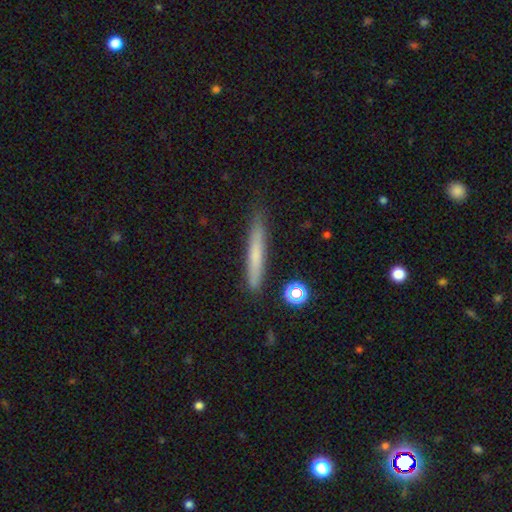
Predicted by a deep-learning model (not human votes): A smooth galaxy with no disk features (66%) that is cigar-shaped (95%).

Vote fractions:
- Smooth or featured? smooth: 66% / featured or disk: 27% / star or artifact: 8%
- How rounded? cigar-shaped: 95% / in between: 4% / round: 2%
- Merging? none: 83% / minor disturbance: 12% / major disturbance: 2% / merger: 2%